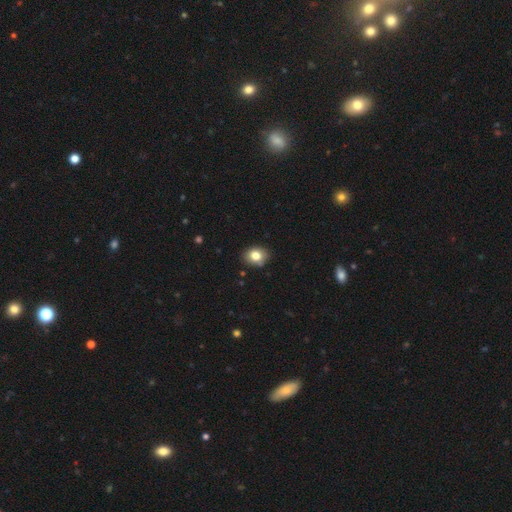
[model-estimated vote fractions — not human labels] This is clearly a smooth galaxy (80%). How rounded: possibly in between (51%). Merging: clearly none (84%).